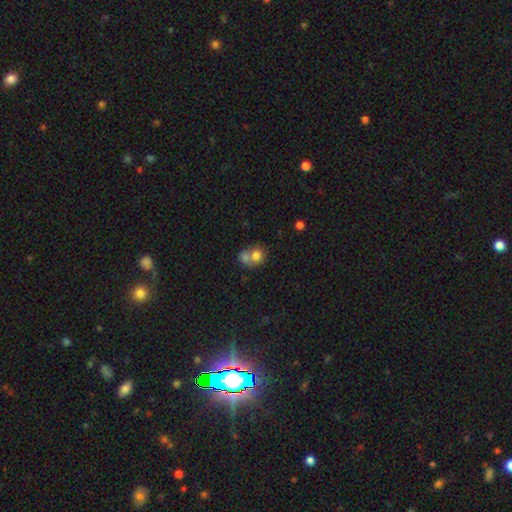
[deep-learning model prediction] Smooth or featured? smooth (74%)
How rounded? round (67%)
Merging? merger (61%)